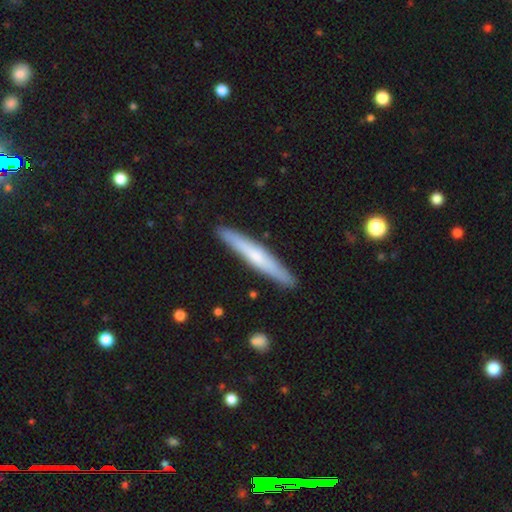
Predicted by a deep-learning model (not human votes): Smooth or featured? Predicted: smooth (p=0.52). How rounded? Predicted: cigar-shaped (p=0.95). Merging? Predicted: none (p=0.90).